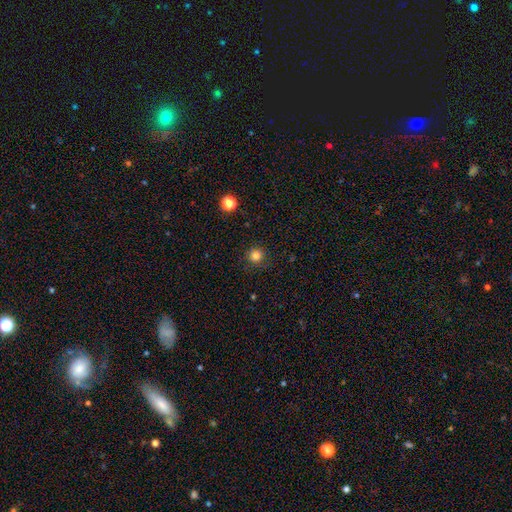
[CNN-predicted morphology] Smooth or featured? Predicted: smooth (p=0.82). How rounded? Predicted: round (p=0.94). Merging? Predicted: none (p=0.88).